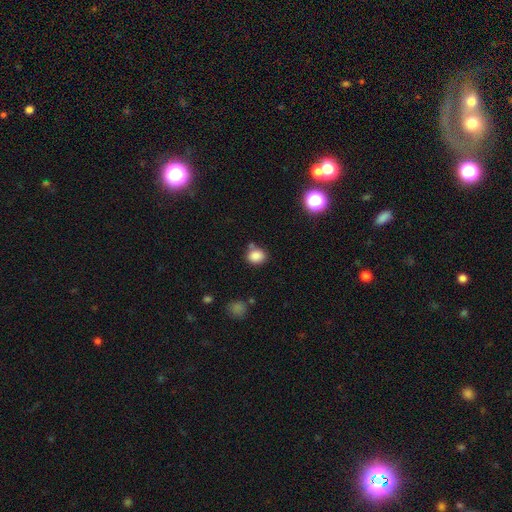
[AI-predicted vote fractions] The model was most divided on "how rounded": round: 60%, in between: 39%, cigar-shaped: 1%. More confident: smooth or featured — smooth (84%); merging — none (66%).